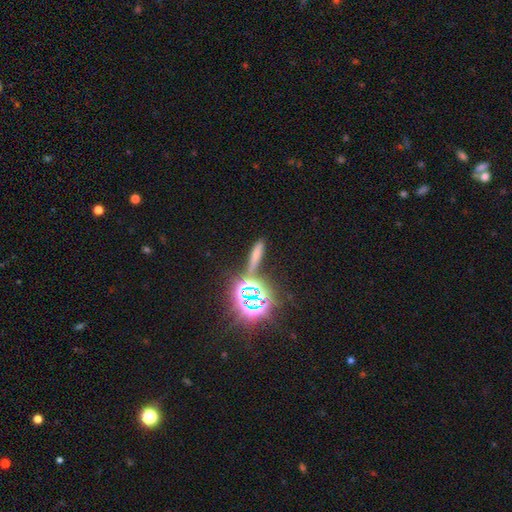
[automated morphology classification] Smooth or featured: smooth — 51% (star or artifact — 35%)
How rounded: cigar-shaped — 76% (in between — 17%)
Merging: none — 71% (minor disturbance — 13%)